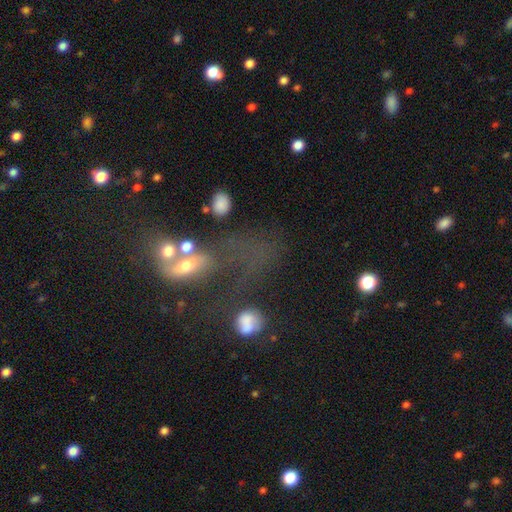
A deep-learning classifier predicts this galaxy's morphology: Overall: smooth (37%; featured or disk 33%). Merging: merger (40%; major disturbance 30%).